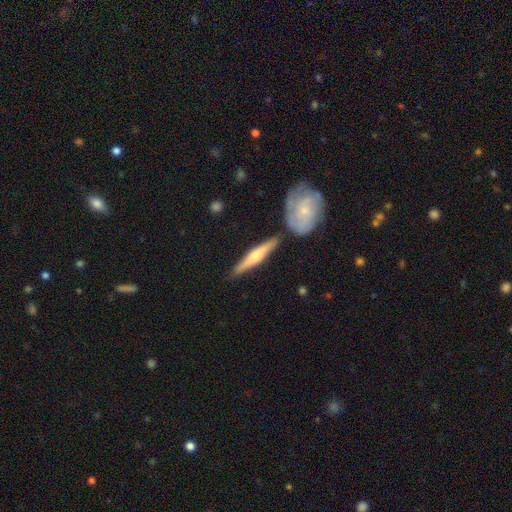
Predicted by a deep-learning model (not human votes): smooth-or-featured: featured or disk: 60% | smooth: 35% | star or artifact: 5%
  disk-edge-on: yes: 94% | no: 6%
    edge-on-bulge: rounded: 88% | none: 7% | boxy: 5%
  merging: none: 82% | minor disturbance: 10% | merger: 6% | major disturbance: 2%